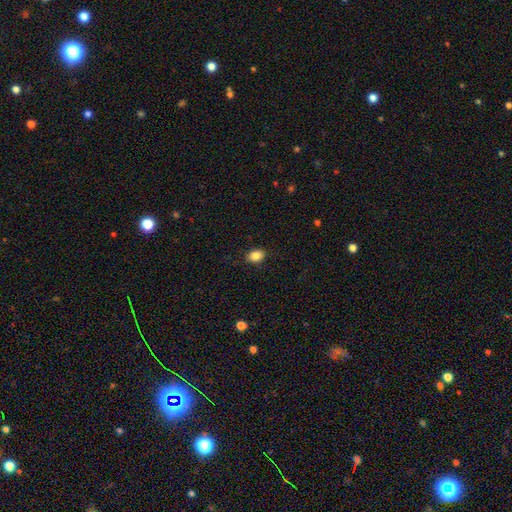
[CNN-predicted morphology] smooth 87%, star or artifact 9%, featured or disk 5%. Down the decision tree: how rounded — in between (76%); merging — none (88%).